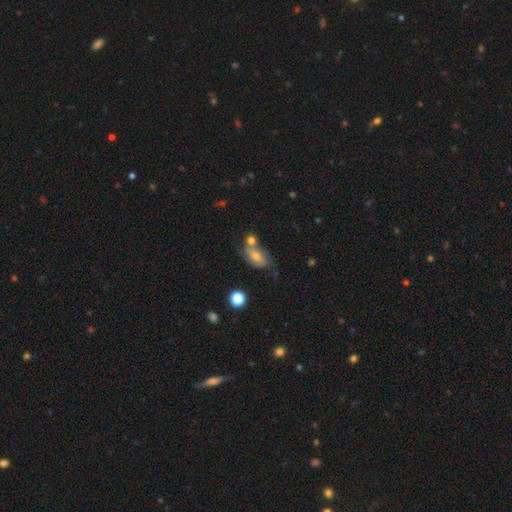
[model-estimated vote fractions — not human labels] A smooth galaxy with no disk features (66%) that is in between round and cigar-shaped (86%).

Vote fractions:
- Smooth or featured? smooth: 66% / featured or disk: 25% / star or artifact: 10%
- How rounded? in between: 86% / round: 10% / cigar-shaped: 4%
- Merging? none: 43% / merger: 29% / minor disturbance: 20% / major disturbance: 8%